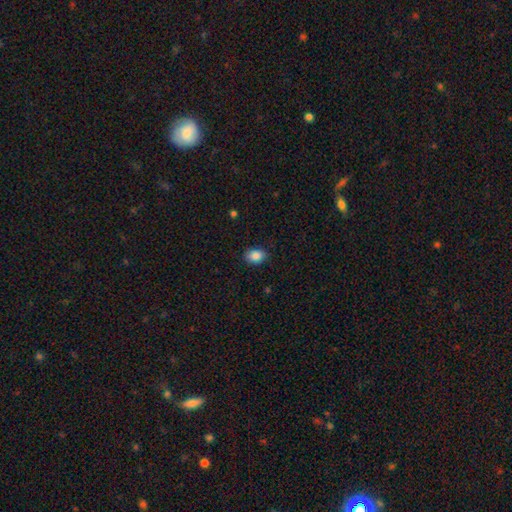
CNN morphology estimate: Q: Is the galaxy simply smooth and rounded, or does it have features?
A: smooth — 87%.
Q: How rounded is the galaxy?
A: in between — 73%.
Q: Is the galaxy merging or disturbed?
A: none — 84%.